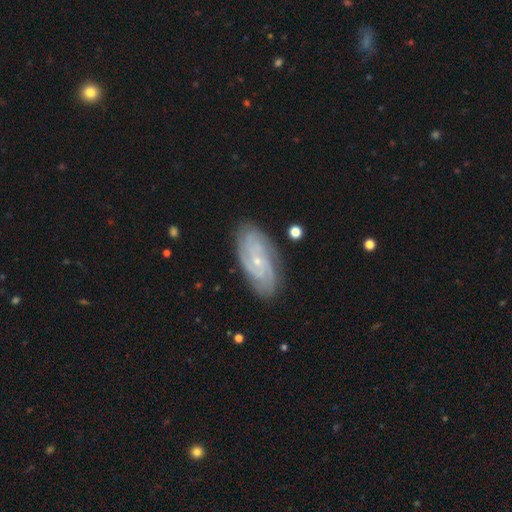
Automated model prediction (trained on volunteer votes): Smooth or featured: featured or disk — 70% (smooth — 20%)
Edge-on disk: no — 91% (yes — 9%)
Bar: no — 70% (weak — 25%)
Spiral arms: yes — 92% (no — 8%)
Spiral winding: tight — 61% (medium — 30%)
Spiral arm count: can't tell — 38% (2 — 23%)
Bulge size: small — 80% (moderate — 16%)
Merging: none — 85% (minor disturbance — 11%)